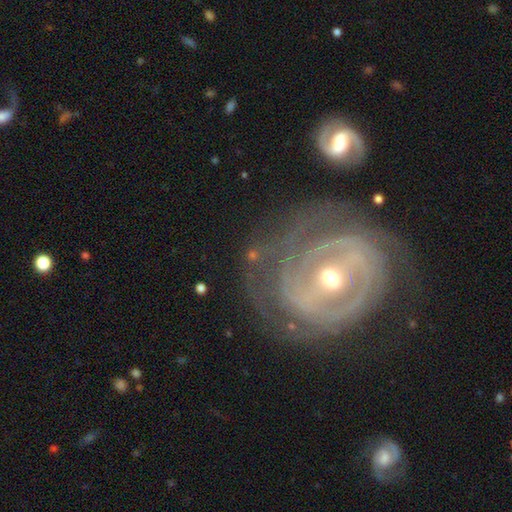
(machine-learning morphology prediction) A featured or disk galaxy (83%) with a weak bar (35%, tied with no), can't tell (28%, tied with 2) tight (72%) spiral arms (90%) and a moderate central bulge (52%). Merging: none (69%).